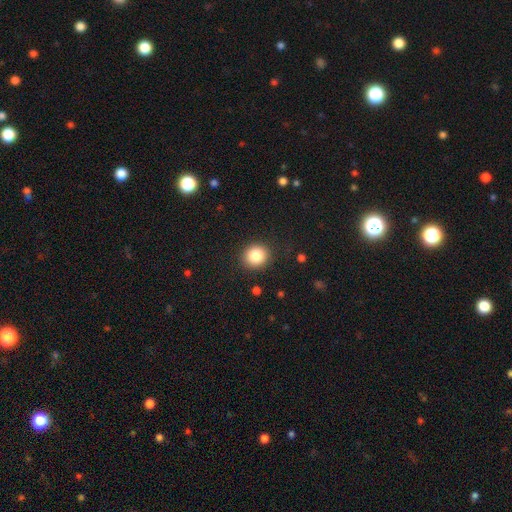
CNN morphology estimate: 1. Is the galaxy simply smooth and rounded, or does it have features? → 85% smooth, 10% star or artifact, 6% featured or disk.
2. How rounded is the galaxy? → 85% round, 14% in between, 1% cigar-shaped.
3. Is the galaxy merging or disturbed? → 89% none, 8% minor disturbance, 3% major disturbance, 1% merger.